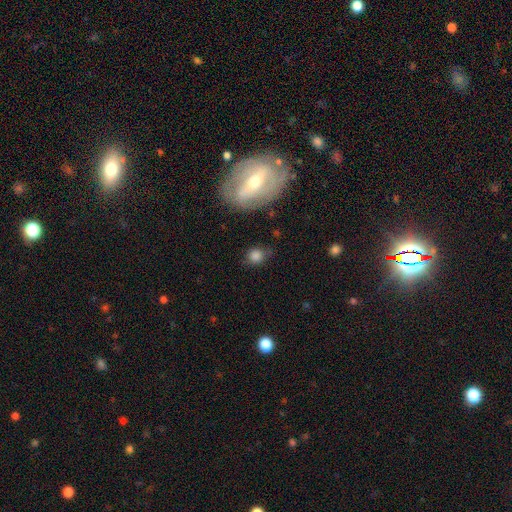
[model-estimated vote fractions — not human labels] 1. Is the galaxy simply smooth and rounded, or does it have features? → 80% smooth, 12% star or artifact, 8% featured or disk.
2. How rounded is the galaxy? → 69% round, 29% in between, 2% cigar-shaped.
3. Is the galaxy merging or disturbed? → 73% none, 17% minor disturbance, 6% major disturbance, 3% merger.